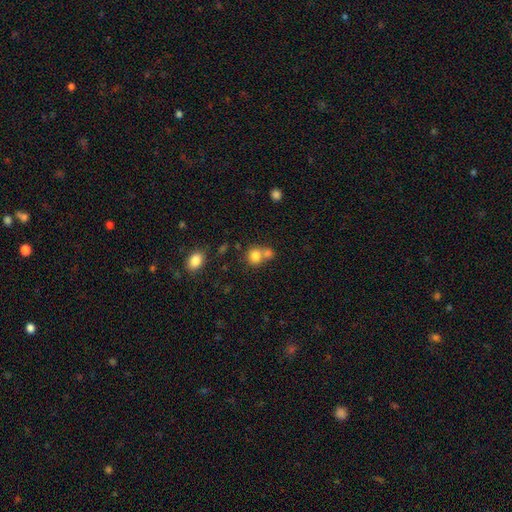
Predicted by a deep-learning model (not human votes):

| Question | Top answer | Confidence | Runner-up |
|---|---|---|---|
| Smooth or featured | smooth | 81% | star or artifact (11%) |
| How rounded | round | 78% | in between (21%) |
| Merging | none | 46% | merger (43%) |